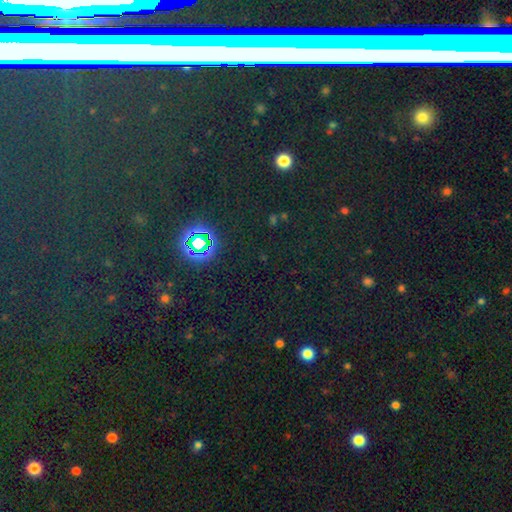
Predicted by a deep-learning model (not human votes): This appears to be a star or artifact, not a galaxy (67%).